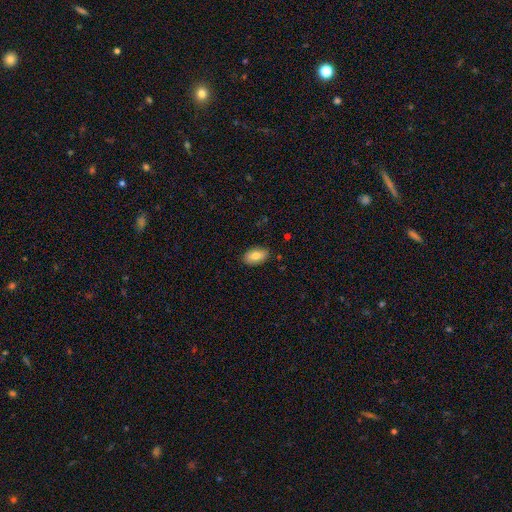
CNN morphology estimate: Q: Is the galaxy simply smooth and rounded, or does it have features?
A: smooth — 81%.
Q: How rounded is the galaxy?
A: in between — 92%.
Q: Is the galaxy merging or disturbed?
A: none — 87%.